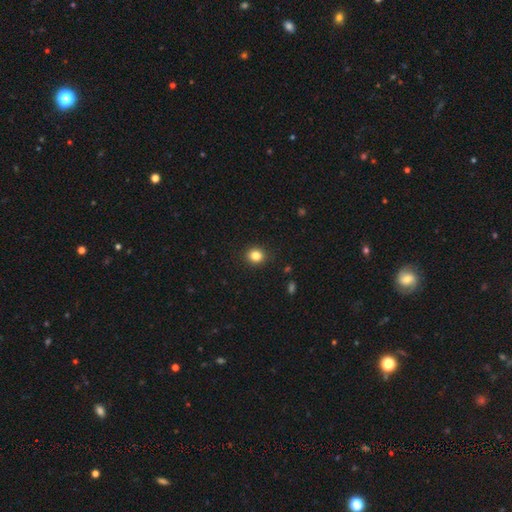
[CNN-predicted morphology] Overall: smooth (83%). How rounded: round (85%). Merging: none (91%).